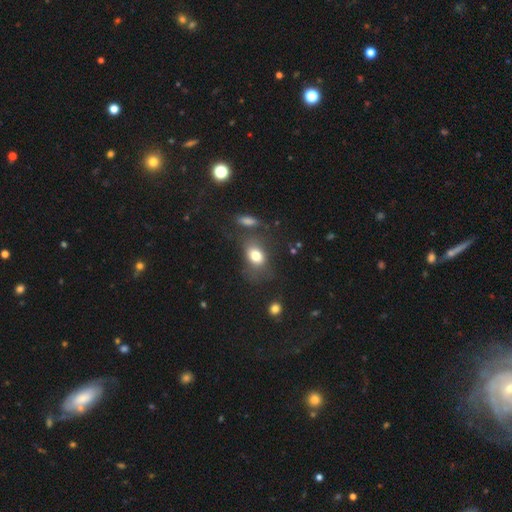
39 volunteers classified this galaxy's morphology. Smooth or featured? 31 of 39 (79%) said smooth. How rounded? 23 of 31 (74%) said in between. Merging? 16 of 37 (43%) said none.